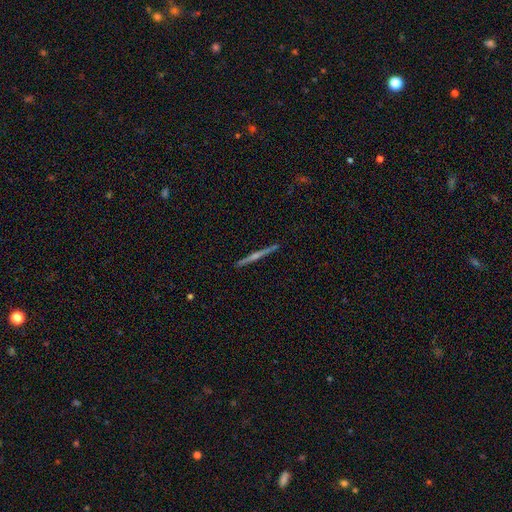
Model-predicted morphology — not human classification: smooth_or_featured: featured or disk (p=0.75) [alt: smooth p=0.18]
disk_edge_on: yes (p=0.98) [alt: no p=0.02]
edge_on_bulge: rounded (p=0.63) [alt: none p=0.29]
merging: none (p=0.92) [alt: minor disturbance p=0.06]